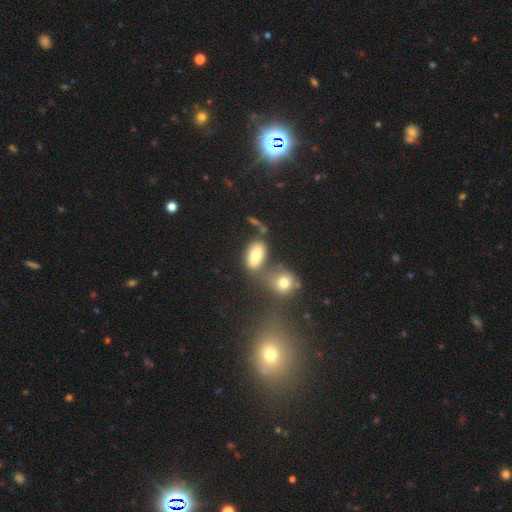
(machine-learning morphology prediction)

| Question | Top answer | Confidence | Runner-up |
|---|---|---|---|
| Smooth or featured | smooth | 77% | featured or disk (14%) |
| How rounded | in between | 87% | round (10%) |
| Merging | none | 53% | merger (27%) |